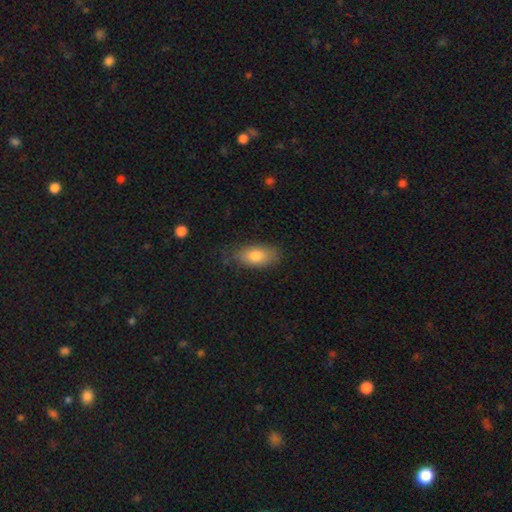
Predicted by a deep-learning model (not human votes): Smooth or featured? smooth (78%)
How rounded? in between (88%)
Merging? none (76%)